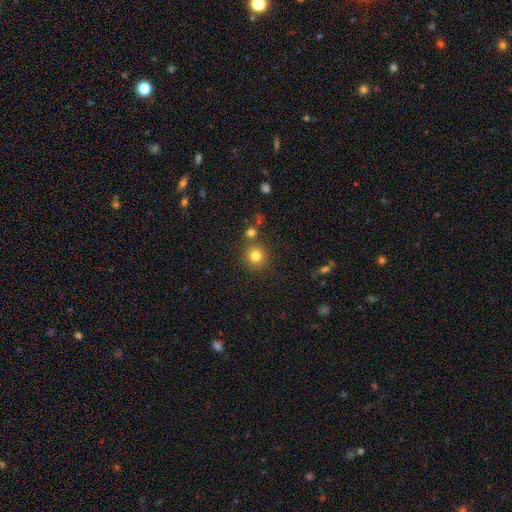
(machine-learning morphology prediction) The model was most divided on "merging": none: 78%, merger: 11%, minor disturbance: 8%, major disturbance: 3%. More confident: how rounded — round (92%); smooth or featured — smooth (81%).